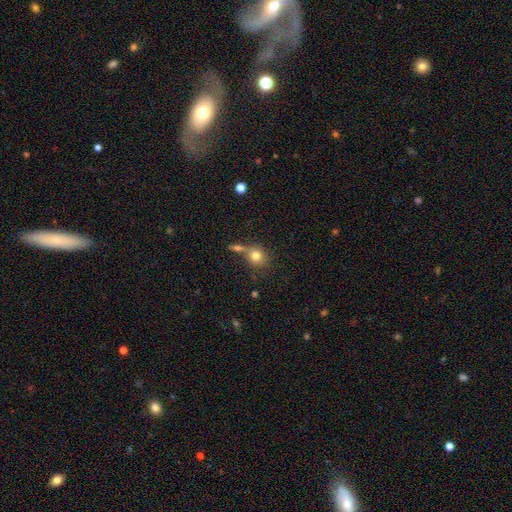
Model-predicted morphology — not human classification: Smooth or featured: smooth — 78% (featured or disk — 11%)
How rounded: round — 81% (in between — 18%)
Merging: none — 53% (merger — 28%)